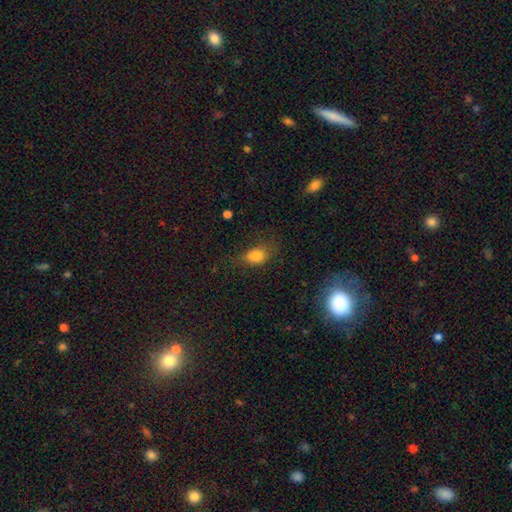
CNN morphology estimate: Smooth or featured? Predicted: smooth (p=0.81). How rounded? Predicted: in between (p=0.75). Merging? Predicted: none (p=0.62).